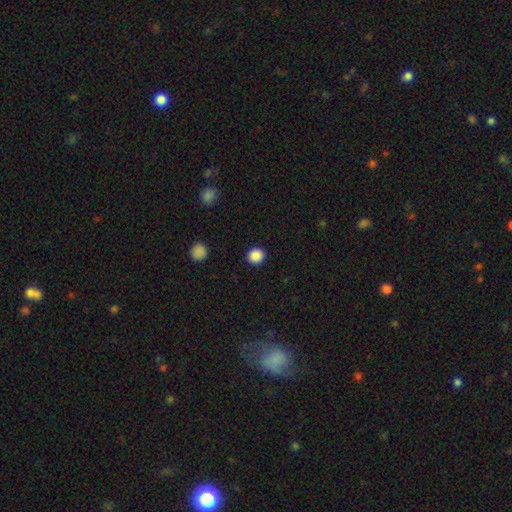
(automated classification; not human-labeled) Q: Smooth or featured?
A: smooth (88%); runner-up: star or artifact (9%)
Q: How rounded?
A: round (82%); runner-up: in between (17%)
Q: Merging?
A: none (91%); runner-up: minor disturbance (5%)